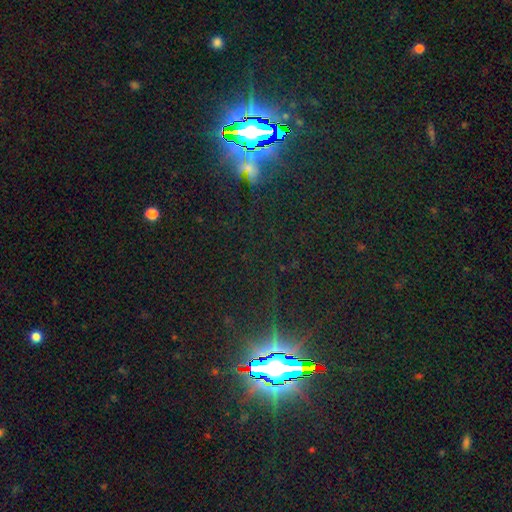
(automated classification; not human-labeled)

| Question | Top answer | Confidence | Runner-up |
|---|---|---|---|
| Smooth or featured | star or artifact | 83% | smooth (10%) |